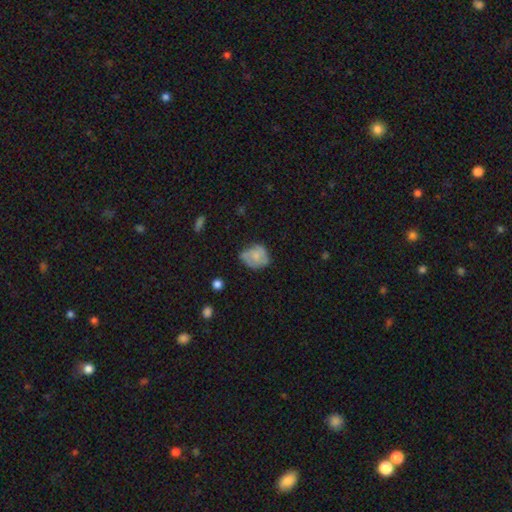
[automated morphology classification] Smooth or featured? Predicted: smooth (p=0.61). How rounded? Predicted: round (p=0.55). Merging? Predicted: none (p=0.46).